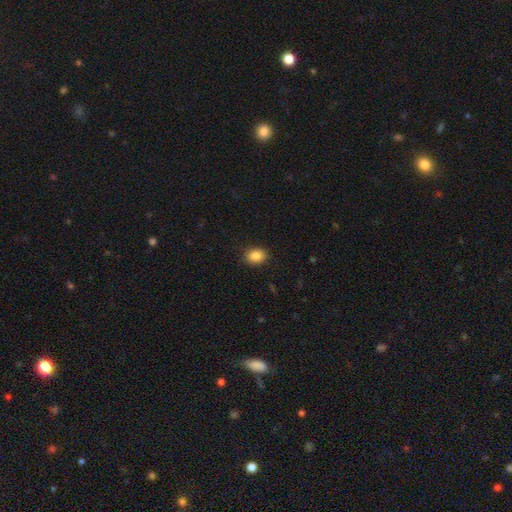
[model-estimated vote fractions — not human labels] Morphology: type=smooth (87%); roundness=in between (63%); merging=none (88%).